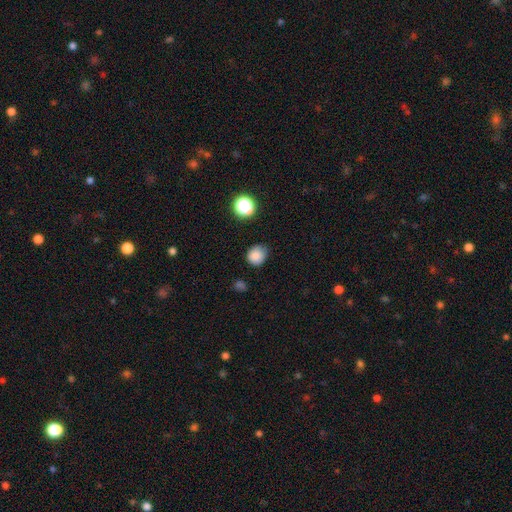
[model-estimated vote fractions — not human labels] A smooth galaxy with no disk features (84%) that is round (75%). Merging: none (74%).